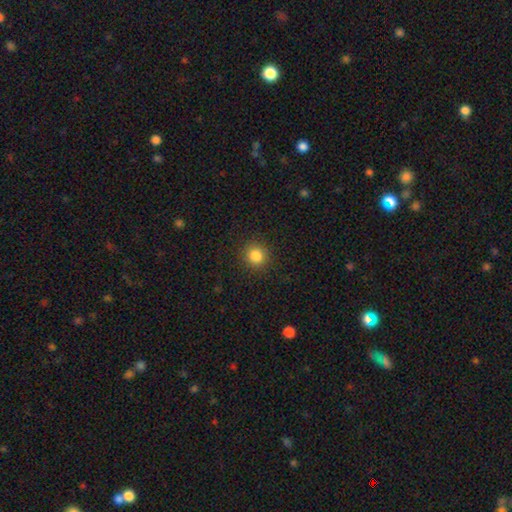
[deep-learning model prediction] Smooth or featured: smooth — 85% (star or artifact — 11%)
How rounded: round — 86% (in between — 13%)
Merging: none — 89% (minor disturbance — 7%)